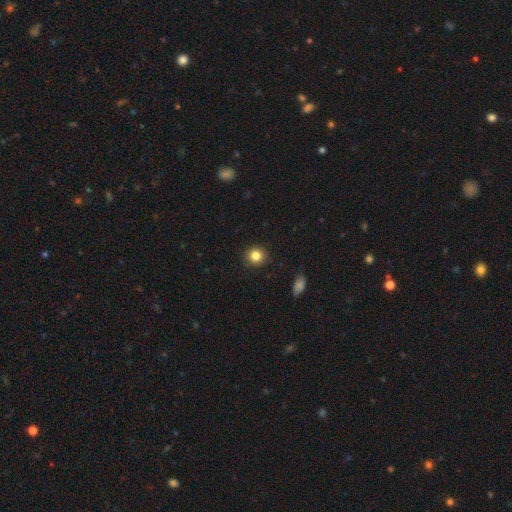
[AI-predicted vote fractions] Smooth or featured? Predicted: smooth (p=0.84). How rounded? Predicted: round (p=0.89). Merging? Predicted: none (p=0.91).